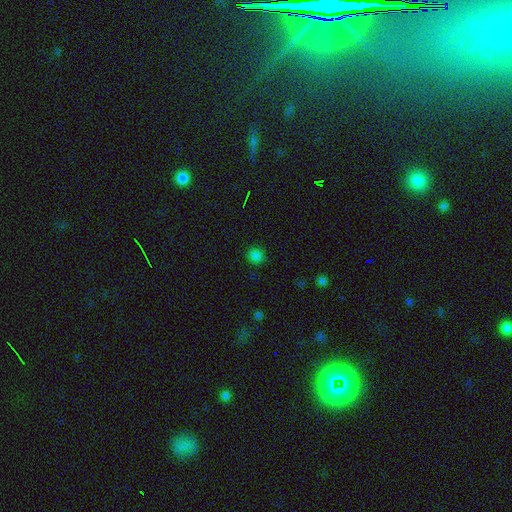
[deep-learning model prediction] A smooth galaxy with no disk features (79%) that is round (90%).

Vote fractions:
- Smooth or featured? smooth: 79% / star or artifact: 18% / featured or disk: 3%
- How rounded? round: 90% / in between: 9% / cigar-shaped: 1%
- Merging? none: 89% / minor disturbance: 7% / major disturbance: 2% / merger: 1%